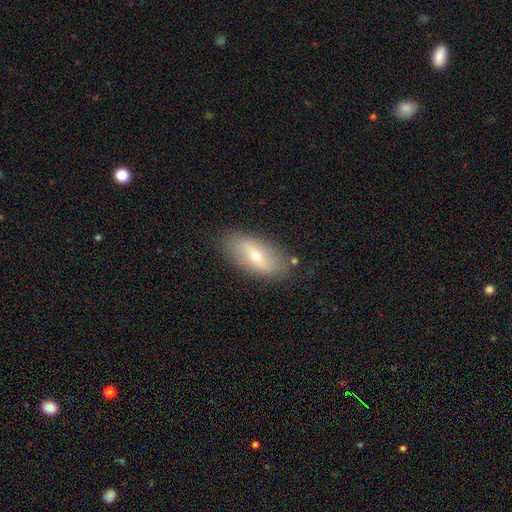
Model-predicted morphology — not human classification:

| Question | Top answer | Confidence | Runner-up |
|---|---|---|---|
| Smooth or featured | featured or disk | 47% | smooth (45%) |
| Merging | none | 84% | minor disturbance (12%) |